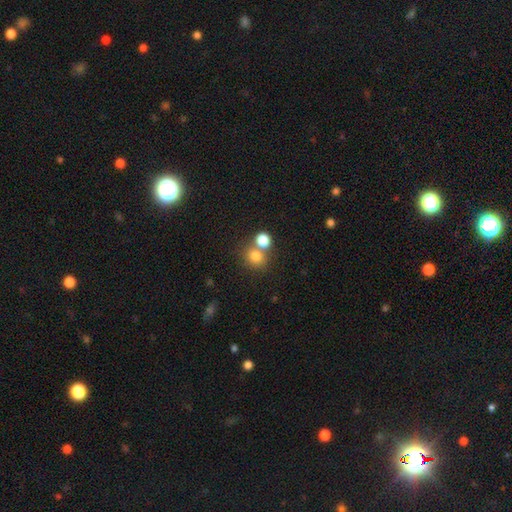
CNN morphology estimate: This is likely a smooth galaxy (79%). How rounded: likely round (78%). Merging: possibly none (52%).